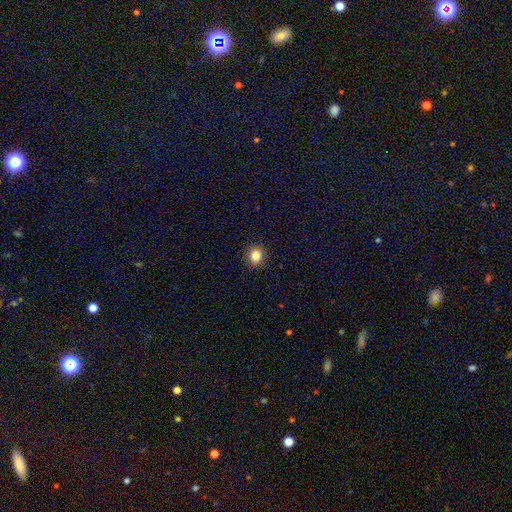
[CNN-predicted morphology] type=smooth (84%); roundness=round (77%); merging=none (91%).